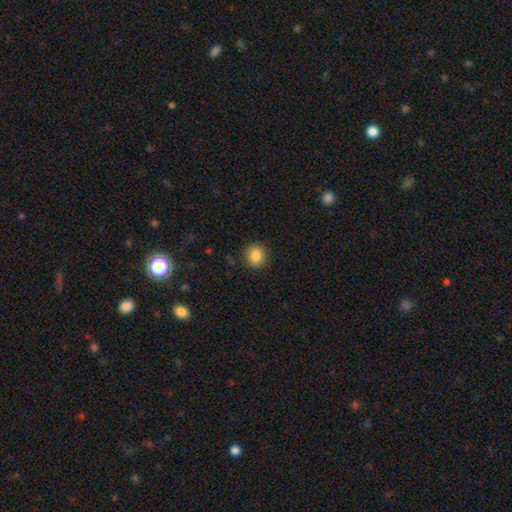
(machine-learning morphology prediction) This is clearly a smooth galaxy (85%). How rounded: clearly round (82%). Merging: clearly none (89%).